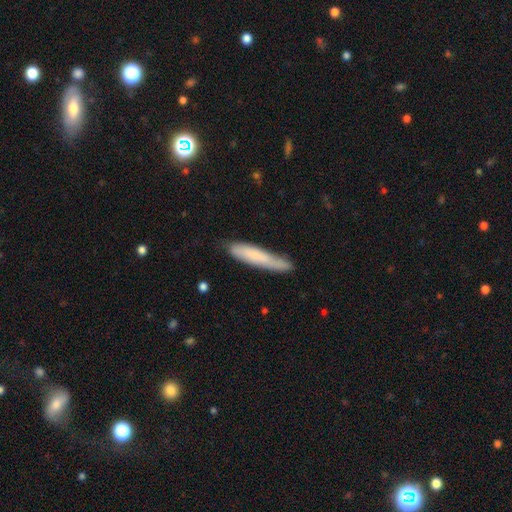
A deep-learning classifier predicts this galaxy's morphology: Smooth or featured? smooth (71%)
How rounded? cigar-shaped (90%)
Merging? none (69%)